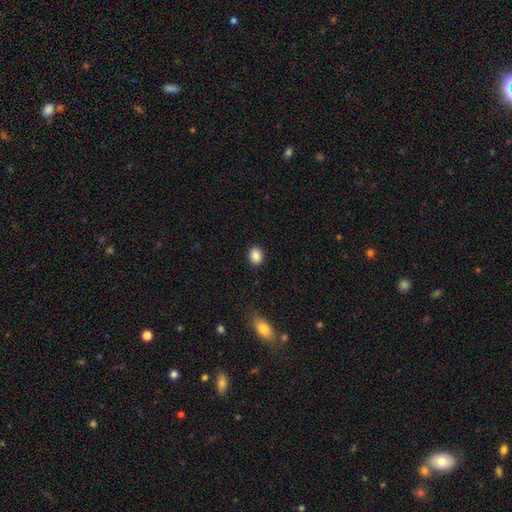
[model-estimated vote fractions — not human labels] This appears to be a smooth galaxy with no disk features (87%) that is round (57%). Merging: none (90%).